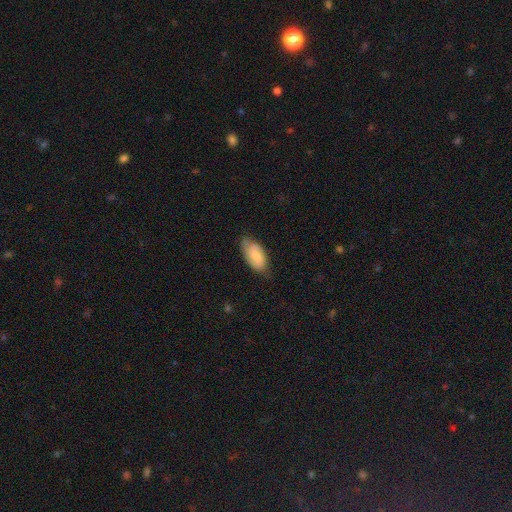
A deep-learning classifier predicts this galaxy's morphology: This appears to be a smooth galaxy with no disk features (71%) that is in between round and cigar-shaped (92%). Merging: none (67%).